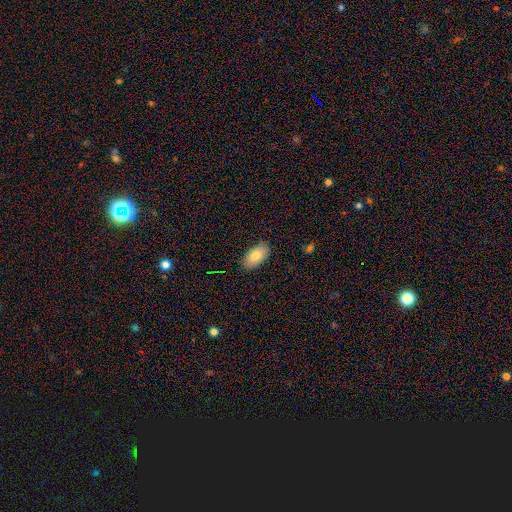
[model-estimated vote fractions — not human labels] Smooth or featured?
  - smooth: 82% *
  - featured or disk: 11%
  - star or artifact: 7%
How rounded?
  - in between: 93% *
  - cigar-shaped: 4%
  - round: 3%
Merging?
  - none: 87% *
  - minor disturbance: 10%
  - major disturbance: 2%
  - merger: 1%